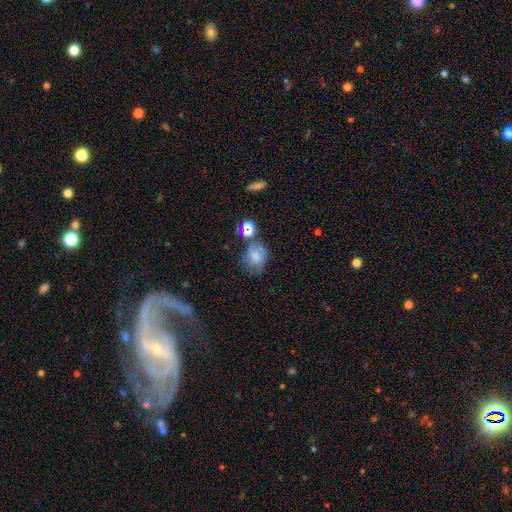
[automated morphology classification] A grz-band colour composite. It shows a smooth galaxy with no disk features (63%) that is in between round and cigar-shaped (50%). Merging: none (48%).